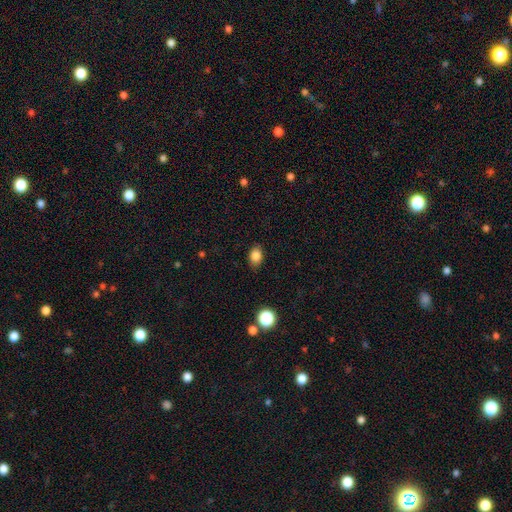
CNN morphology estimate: The model was most divided on "how rounded": in between: 71%, round: 28%, cigar-shaped: 1%. More confident: merging — none (85%); smooth or featured — smooth (84%).